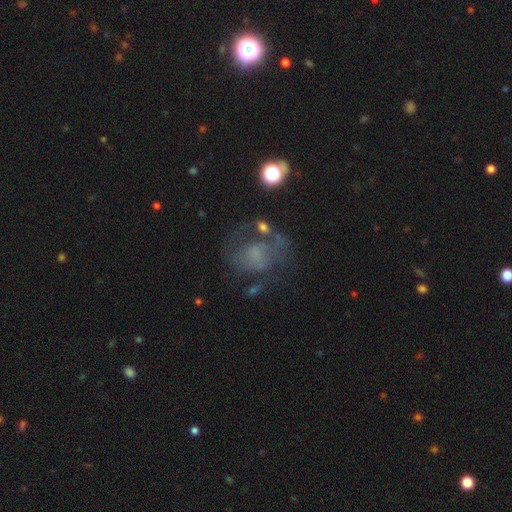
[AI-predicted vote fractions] Smooth or featured? Predicted: featured or disk (p=0.57). Edge-on disk? Predicted: no (p=0.98). Bar? Predicted: no (p=0.71). Spiral arms? Predicted: yes (p=0.62). Bulge size? Predicted: none (p=0.52). Merging? Predicted: none (p=0.48).